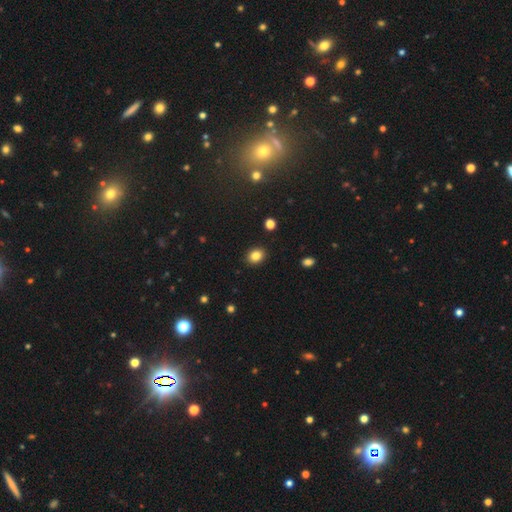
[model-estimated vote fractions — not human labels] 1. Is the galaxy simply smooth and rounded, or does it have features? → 84% smooth, 10% star or artifact, 6% featured or disk.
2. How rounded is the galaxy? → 52% in between, 47% round, 1% cigar-shaped.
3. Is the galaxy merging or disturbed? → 90% none, 7% minor disturbance, 2% major disturbance, 1% merger.